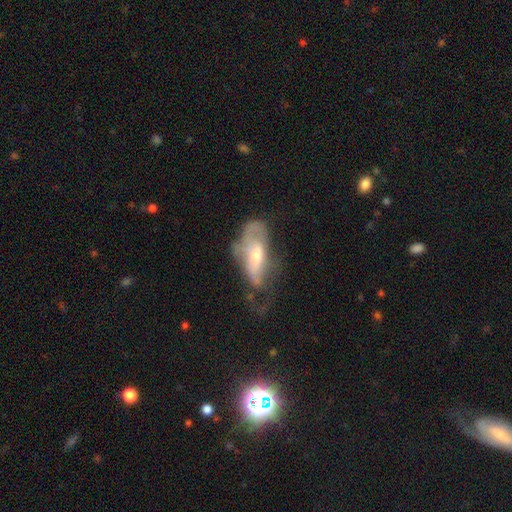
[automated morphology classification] Overall: featured or disk (53%; smooth 40%). Edge-on disk: no (82%). Merging: major disturbance (38%; none 30%).